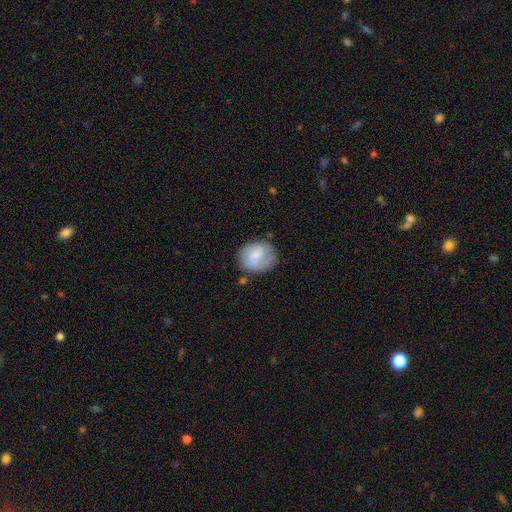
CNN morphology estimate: This is possibly a smooth galaxy (55%). How rounded: likely round (65%). Merging: likely none (66%).